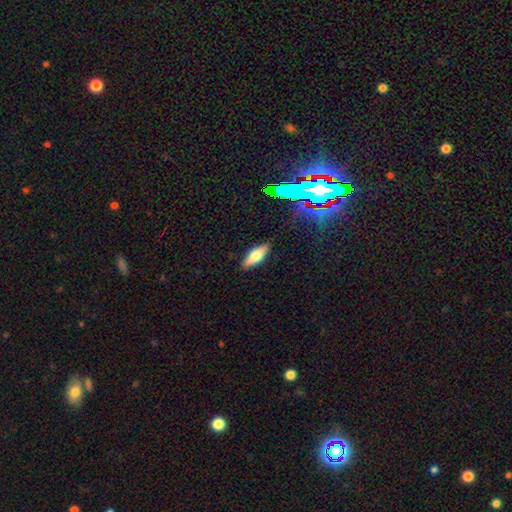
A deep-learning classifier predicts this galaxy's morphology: Smooth or featured: smooth — 67% (featured or disk — 24%)
How rounded: in between — 68% (cigar-shaped — 30%)
Merging: none — 87% (minor disturbance — 9%)